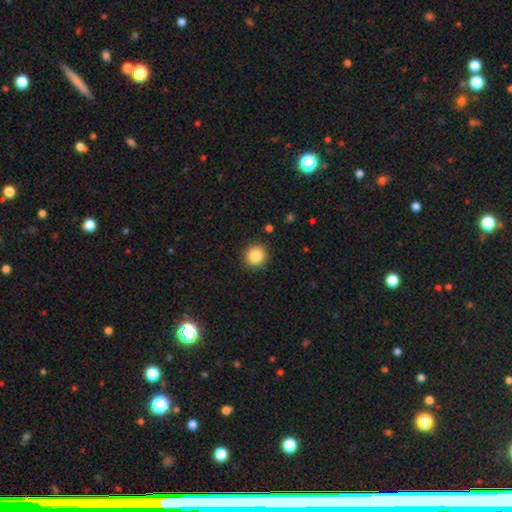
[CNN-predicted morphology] The model was most divided on "smooth or featured": smooth: 86%, star or artifact: 10%, featured or disk: 5%. More confident: how rounded — round (92%); merging — none (91%).